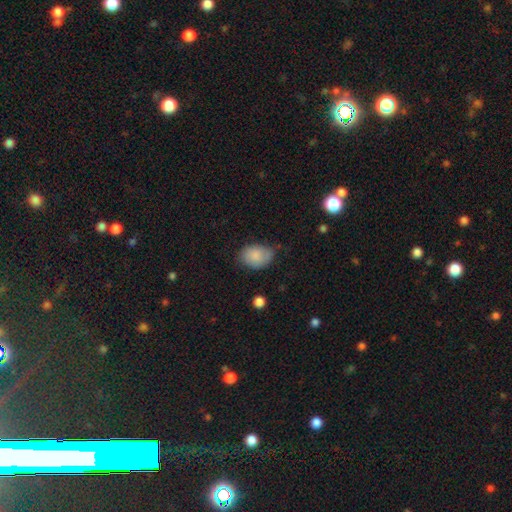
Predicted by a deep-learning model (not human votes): Smooth or featured?
  - smooth: 85% *
  - featured or disk: 8%
  - star or artifact: 7%
How rounded?
  - in between: 80% *
  - round: 19%
  - cigar-shaped: 1%
Merging?
  - none: 60% *
  - minor disturbance: 31%
  - major disturbance: 7%
  - merger: 2%